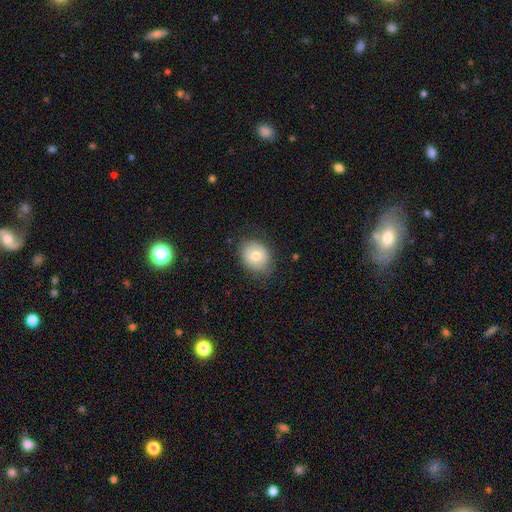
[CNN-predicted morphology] type=smooth (69%); roundness=round (54%); merging=none (80%).